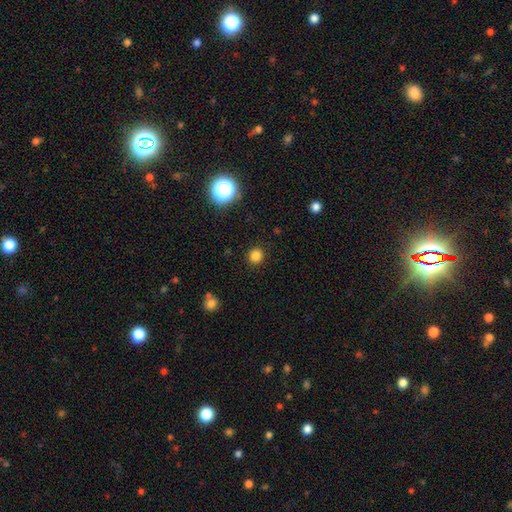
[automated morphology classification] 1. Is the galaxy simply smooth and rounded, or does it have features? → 82% smooth, 14% star or artifact, 4% featured or disk.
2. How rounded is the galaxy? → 89% round, 10% in between, 1% cigar-shaped.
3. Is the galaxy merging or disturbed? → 90% none, 6% minor disturbance, 2% major disturbance, 1% merger.